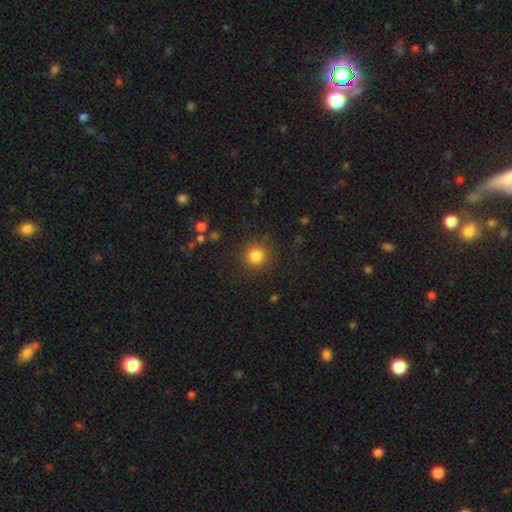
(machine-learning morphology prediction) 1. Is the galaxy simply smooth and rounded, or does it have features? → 83% smooth, 12% star or artifact, 5% featured or disk.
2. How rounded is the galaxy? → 94% round, 5% in between, 1% cigar-shaped.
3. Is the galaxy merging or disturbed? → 89% none, 7% minor disturbance, 3% major disturbance, 1% merger.